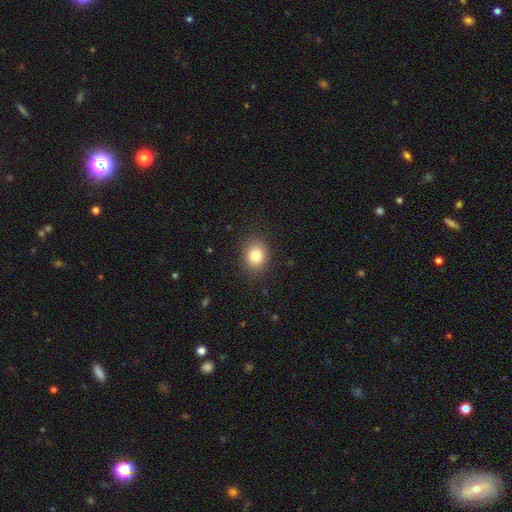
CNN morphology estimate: Smooth or featured: smooth — 83% (star or artifact — 10%)
How rounded: round — 52% (in between — 47%)
Merging: none — 87% (minor disturbance — 9%)